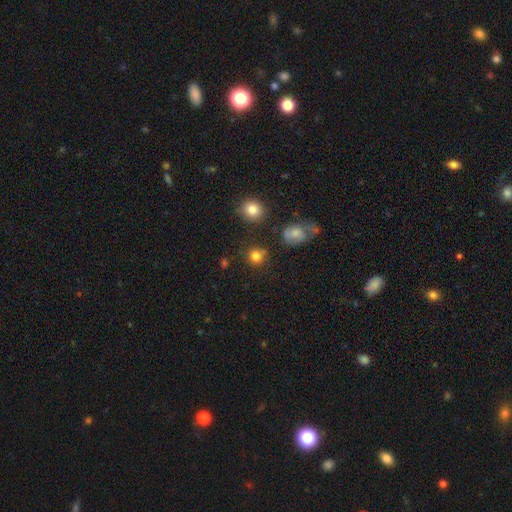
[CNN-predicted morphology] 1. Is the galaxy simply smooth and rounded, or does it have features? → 80% smooth, 14% star or artifact, 6% featured or disk.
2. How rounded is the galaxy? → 88% round, 11% in between, 1% cigar-shaped.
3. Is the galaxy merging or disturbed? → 80% none, 10% minor disturbance, 6% merger, 4% major disturbance.